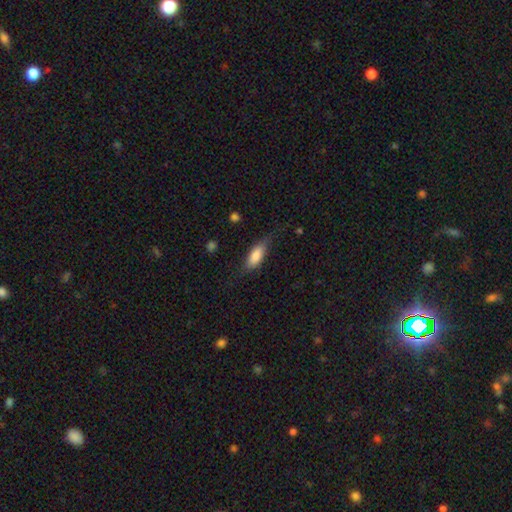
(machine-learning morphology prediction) Smooth or featured?
  - smooth: 79% *
  - featured or disk: 15%
  - star or artifact: 6%
How rounded?
  - in between: 72% *
  - cigar-shaped: 25%
  - round: 2%
Merging?
  - none: 66% *
  - minor disturbance: 24%
  - major disturbance: 9%
  - merger: 2%